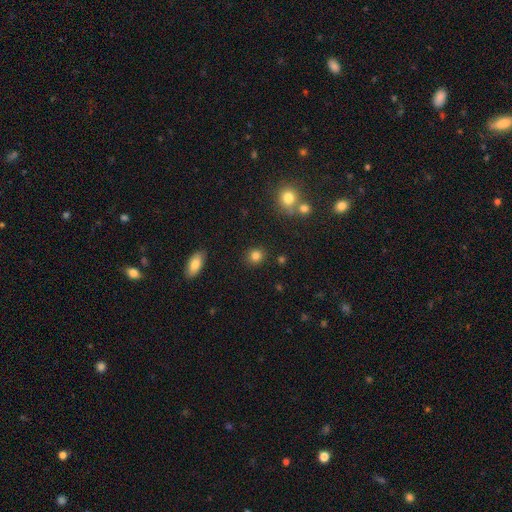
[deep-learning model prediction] smooth-or-featured: smooth: 83% | star or artifact: 11% | featured or disk: 5%
  how-rounded: round: 83% | in between: 16% | cigar-shaped: 1%
  merging: none: 88% | minor disturbance: 7% | merger: 3% | major disturbance: 2%